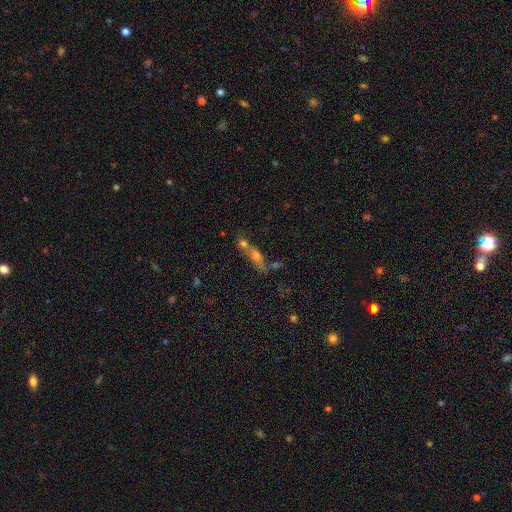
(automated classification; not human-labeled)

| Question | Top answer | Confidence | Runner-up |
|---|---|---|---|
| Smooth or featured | smooth | 53% | featured or disk (33%) |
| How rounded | cigar-shaped | 45% | in between (44%) |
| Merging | merger | 50% | none (33%) |